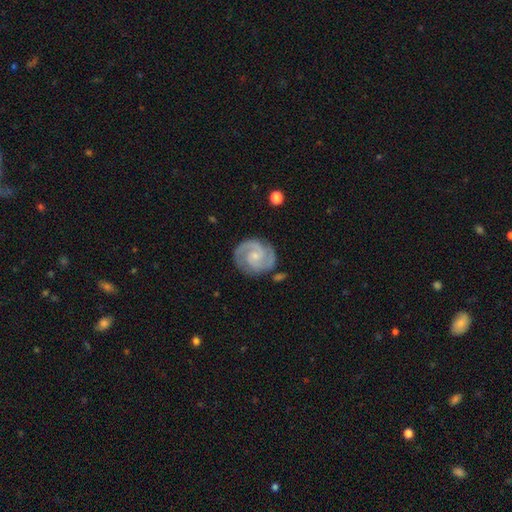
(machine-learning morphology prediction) This appears to be a featured or disk galaxy (88%) with no bar (60%), 2 (87%) tight (51%) spiral arms (98%) and a small central bulge (64%). Merging: none (82%).